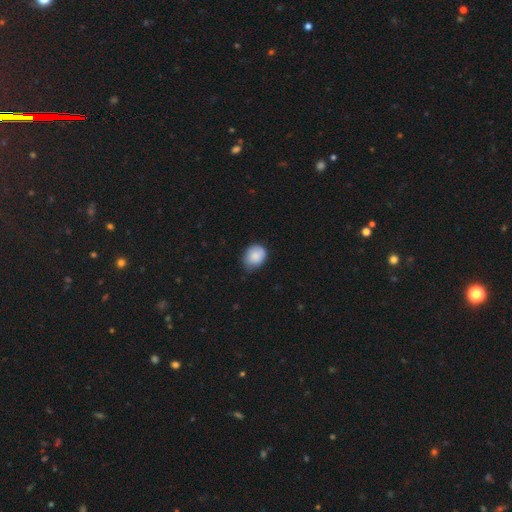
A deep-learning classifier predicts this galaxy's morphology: This appears to be a smooth galaxy with no disk features (85%) that is round (52%). Merging: none (63%).